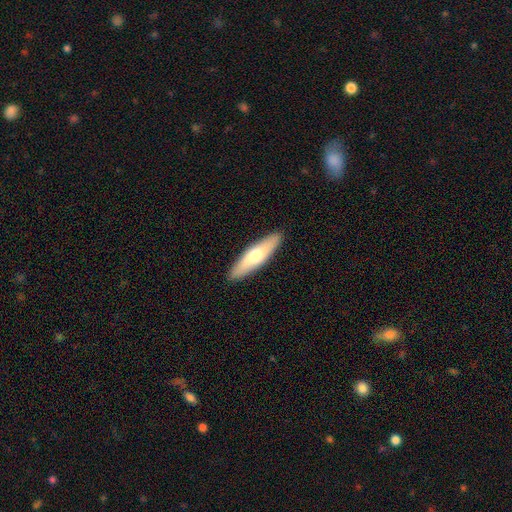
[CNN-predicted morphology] Smooth or featured?
  - smooth: 59% *
  - featured or disk: 36%
  - star or artifact: 5%
How rounded?
  - cigar-shaped: 72% *
  - in between: 27%
  - round: 2%
Merging?
  - none: 90% *
  - minor disturbance: 7%
  - major disturbance: 1%
  - merger: 1%